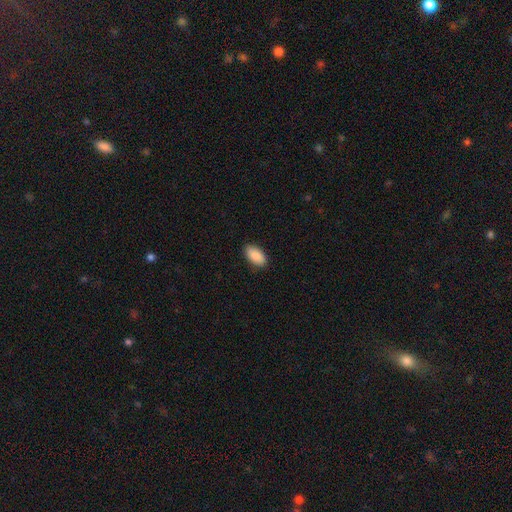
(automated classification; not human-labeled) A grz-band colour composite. It shows a smooth galaxy with no disk features (89%) that is in between round and cigar-shaped (94%). Merging: none (88%).